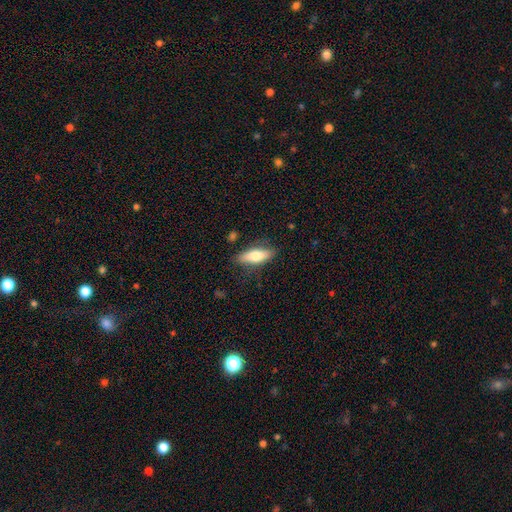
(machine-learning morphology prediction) smooth-or-featured: smooth: 71% | featured or disk: 23% | star or artifact: 6%
  how-rounded: in between: 60% | cigar-shaped: 37% | round: 2%
  merging: none: 79% | minor disturbance: 15% | major disturbance: 4% | merger: 2%